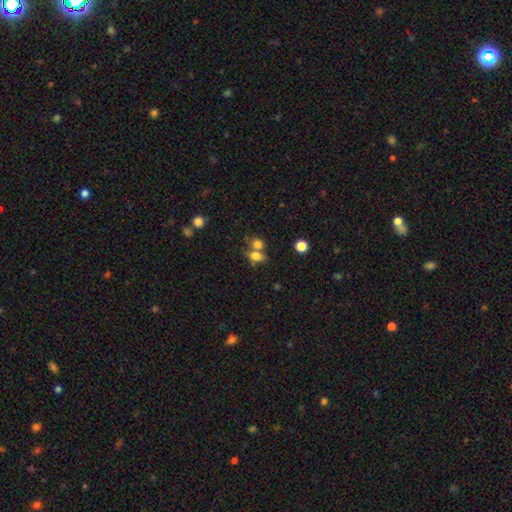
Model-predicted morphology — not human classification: This appears to be a smooth galaxy with no disk features (73%) that is in between round and cigar-shaped (68%). Merging: merger (46%).